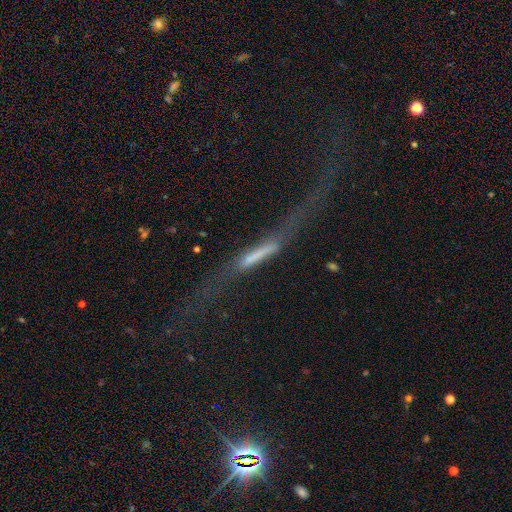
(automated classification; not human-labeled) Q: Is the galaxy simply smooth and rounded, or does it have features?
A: featured or disk — 59%.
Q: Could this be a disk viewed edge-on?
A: yes — 66%.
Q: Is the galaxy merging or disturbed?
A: major disturbance — 46%.